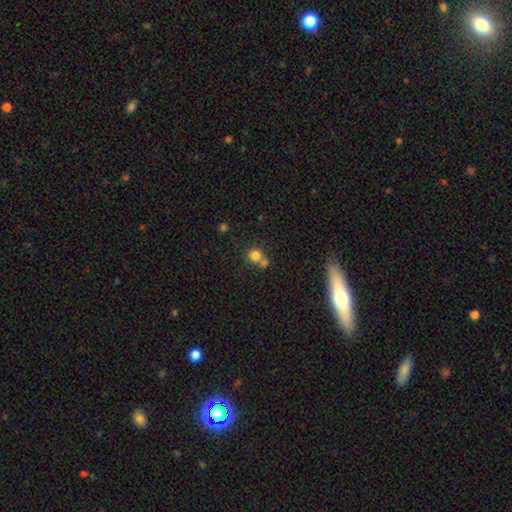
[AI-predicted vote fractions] smooth 78%, star or artifact 13%, featured or disk 9%. Down the decision tree: how rounded — round (85%); merging — none (46%).